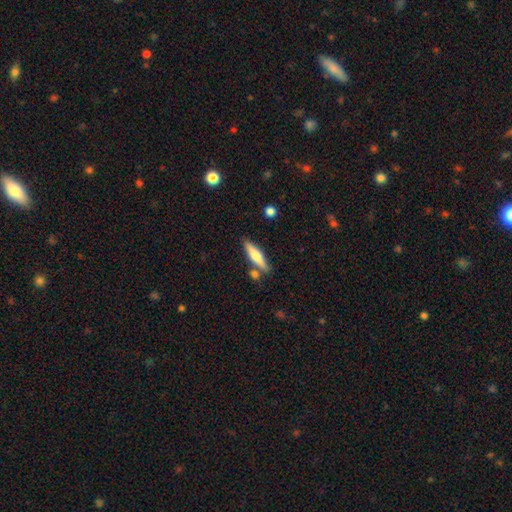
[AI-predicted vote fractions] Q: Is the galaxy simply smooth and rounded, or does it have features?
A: smooth — 54%.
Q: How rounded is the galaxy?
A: cigar-shaped — 76%.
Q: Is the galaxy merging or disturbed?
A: none — 76%.